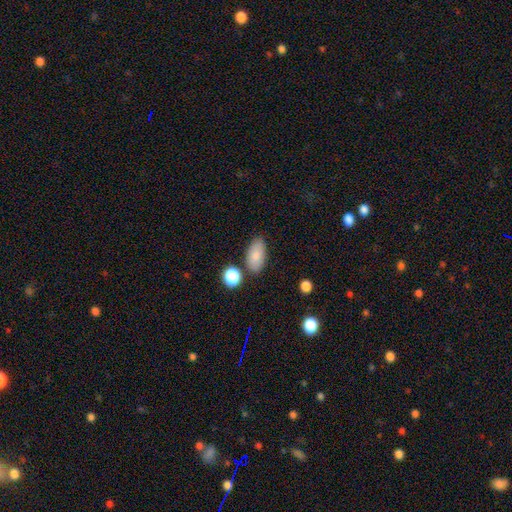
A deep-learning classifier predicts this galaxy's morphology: The model was most divided on "merging": none: 77%, minor disturbance: 14%, merger: 6%, major disturbance: 3%. More confident: how rounded — in between (92%); smooth or featured — smooth (82%).